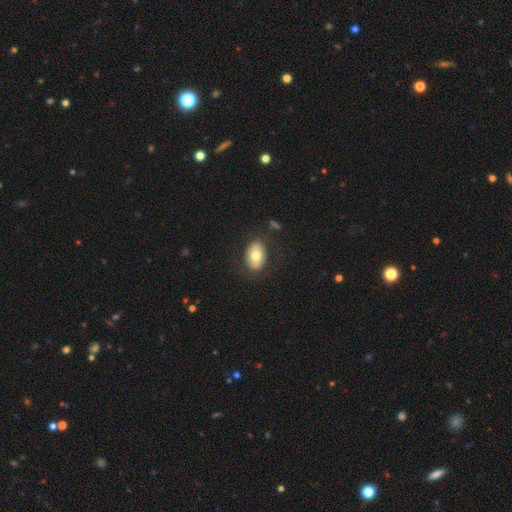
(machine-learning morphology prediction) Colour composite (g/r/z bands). It shows a smooth galaxy with no disk features (71%) that is in between round and cigar-shaped (84%). Merging: none (81%).